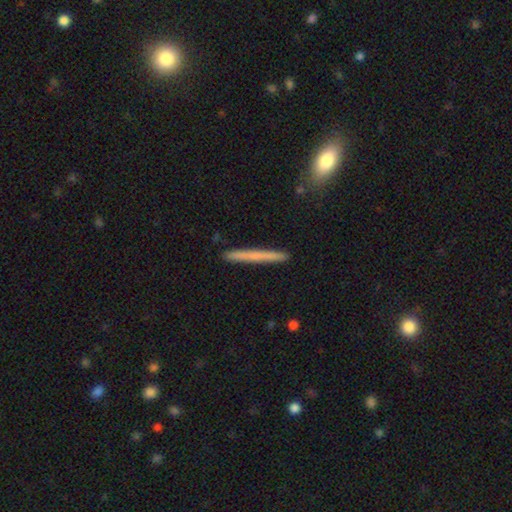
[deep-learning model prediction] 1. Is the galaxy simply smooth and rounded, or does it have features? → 60% smooth, 34% featured or disk, 6% star or artifact.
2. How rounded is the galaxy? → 97% cigar-shaped, 2% in between, 1% round.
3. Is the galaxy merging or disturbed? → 90% none, 7% minor disturbance, 2% merger, 1% major disturbance.